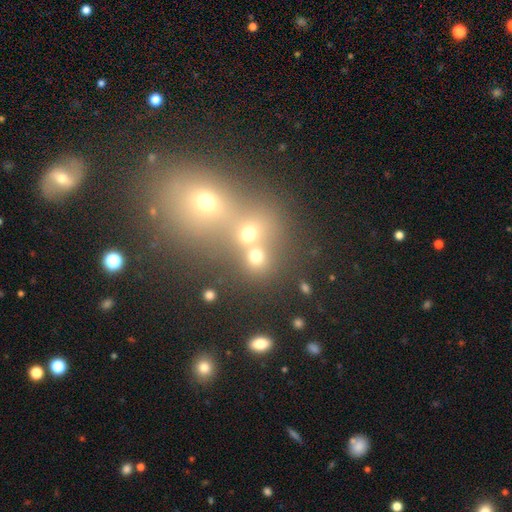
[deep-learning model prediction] Smooth or featured?
  - smooth: 70% *
  - star or artifact: 20%
  - featured or disk: 10%
How rounded?
  - round: 78% *
  - in between: 20%
  - cigar-shaped: 1%
Merging?
  - merger: 46% *
  - none: 44%
  - minor disturbance: 6%
  - major disturbance: 4%